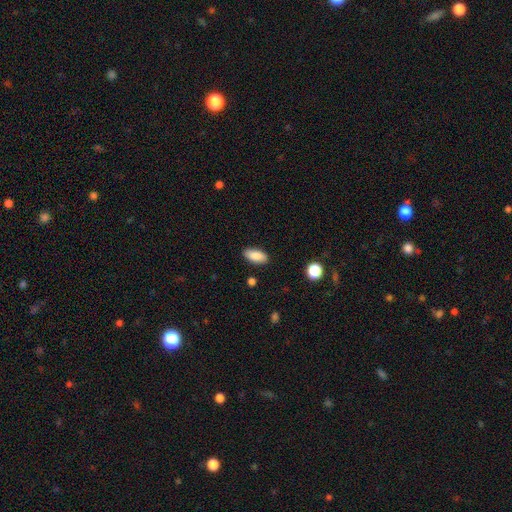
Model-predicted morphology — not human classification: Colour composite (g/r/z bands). It shows a smooth galaxy with no disk features (86%) that is in between round and cigar-shaped (90%). Merging: none (87%).